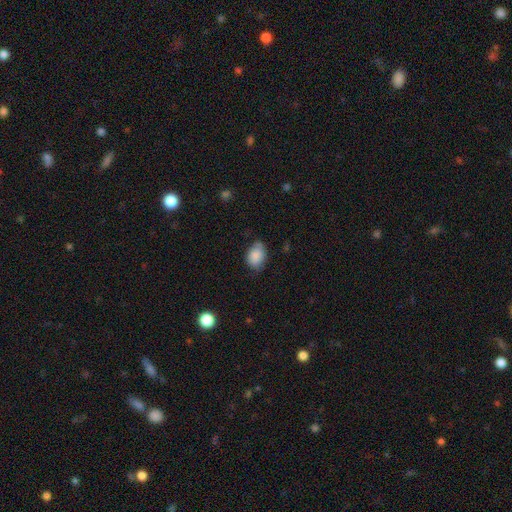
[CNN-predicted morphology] Smooth or featured? Predicted: smooth (p=0.87). How rounded? Predicted: in between (p=0.79). Merging? Predicted: none (p=0.64).